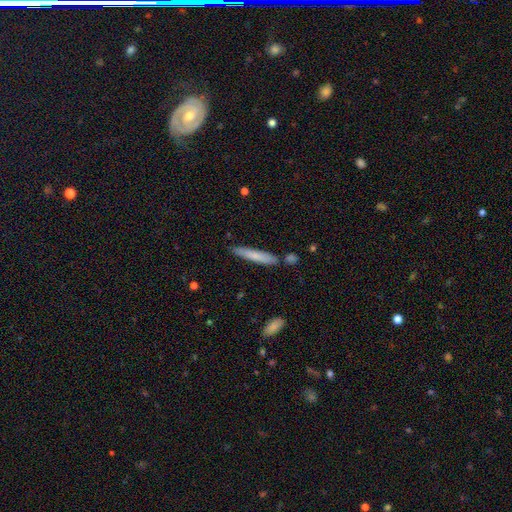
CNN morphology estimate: A smooth galaxy with no disk features (70%) that is cigar-shaped (92%). Merging: none (79%).